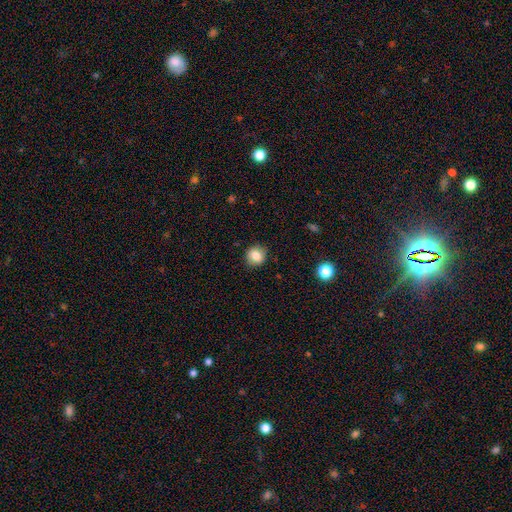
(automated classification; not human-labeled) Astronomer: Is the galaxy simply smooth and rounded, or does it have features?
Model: smooth — 82%.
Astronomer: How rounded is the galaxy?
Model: round — 85%.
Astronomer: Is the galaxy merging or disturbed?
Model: none — 87%.